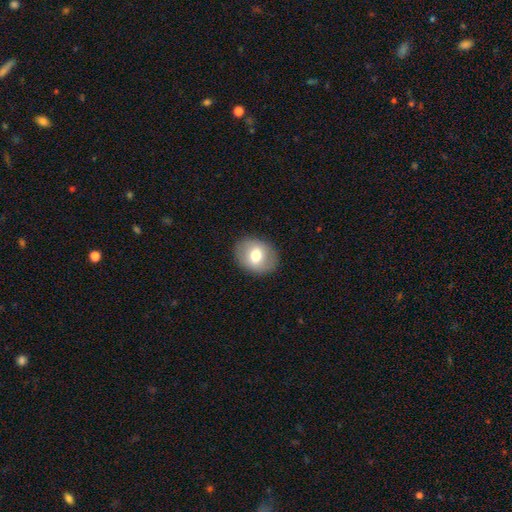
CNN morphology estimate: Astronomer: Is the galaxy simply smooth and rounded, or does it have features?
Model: smooth — 66%.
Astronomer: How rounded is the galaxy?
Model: in between — 55% (runner-up: round, 44%).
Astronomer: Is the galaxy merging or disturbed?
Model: none — 87%.